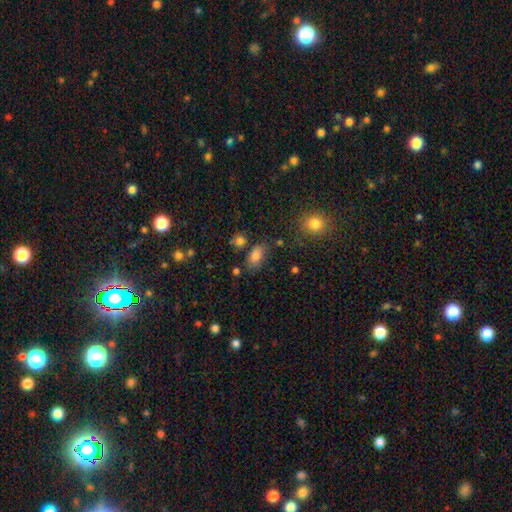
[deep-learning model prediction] Overall: smooth (80%). How rounded: in between (88%). Merging: none (70%).